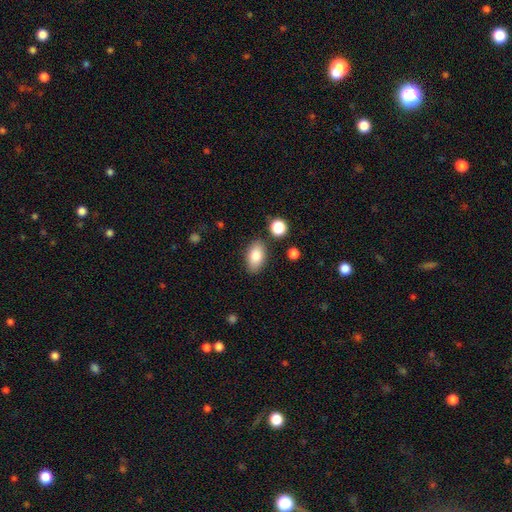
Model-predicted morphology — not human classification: Smooth or featured?
  - smooth: 83% *
  - featured or disk: 9%
  - star or artifact: 8%
How rounded?
  - in between: 91% *
  - round: 7%
  - cigar-shaped: 2%
Merging?
  - none: 84% *
  - minor disturbance: 11%
  - merger: 3%
  - major disturbance: 3%